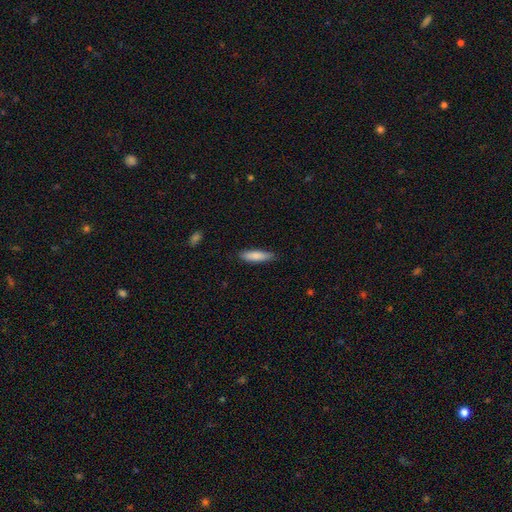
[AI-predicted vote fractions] Smooth or featured? Predicted: smooth (p=0.85). How rounded? Predicted: cigar-shaped (p=0.67). Merging? Predicted: none (p=0.83).